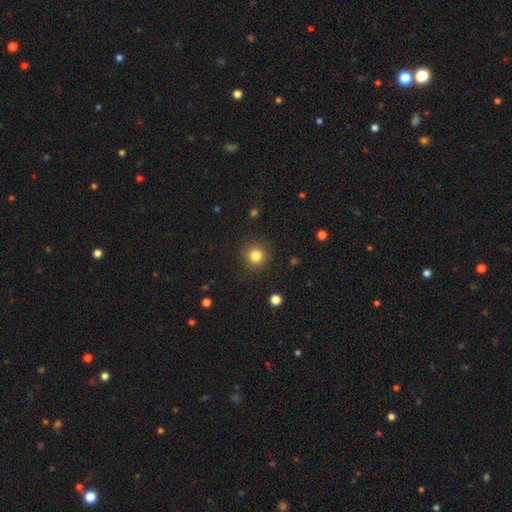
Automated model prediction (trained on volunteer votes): Q: Smooth or featured?
A: smooth (83%); runner-up: star or artifact (12%)
Q: How rounded?
A: round (94%); runner-up: in between (5%)
Q: Merging?
A: none (91%); runner-up: minor disturbance (6%)